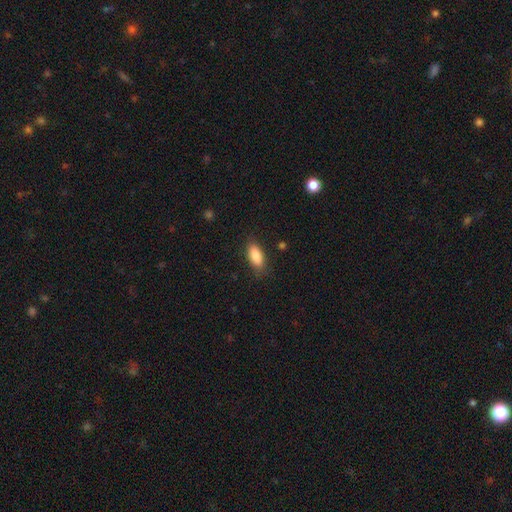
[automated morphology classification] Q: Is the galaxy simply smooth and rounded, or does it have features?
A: smooth — 86%.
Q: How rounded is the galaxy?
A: in between — 85%.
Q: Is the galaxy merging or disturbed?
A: none — 82%.